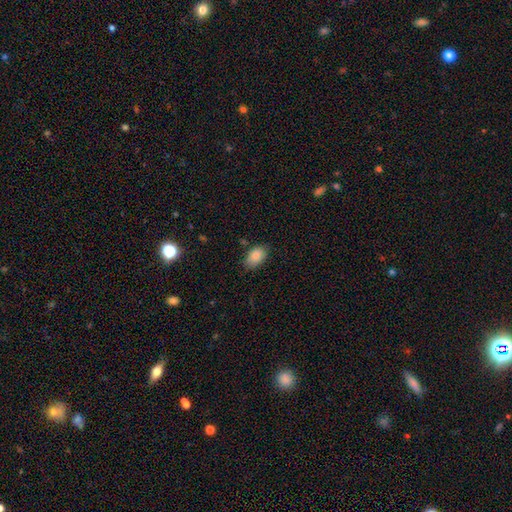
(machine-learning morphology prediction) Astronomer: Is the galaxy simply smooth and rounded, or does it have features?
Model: smooth — 85%.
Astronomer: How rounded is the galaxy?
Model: in between — 89%.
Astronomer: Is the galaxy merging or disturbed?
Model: none — 78%.